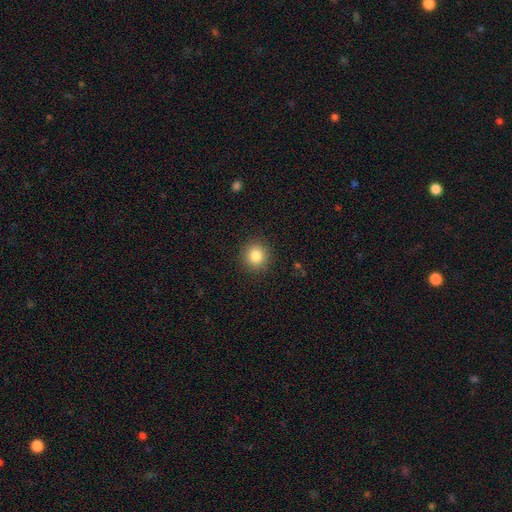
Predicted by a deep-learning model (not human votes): Smooth or featured? Predicted: smooth (p=0.84). How rounded? Predicted: round (p=0.89). Merging? Predicted: none (p=0.91).